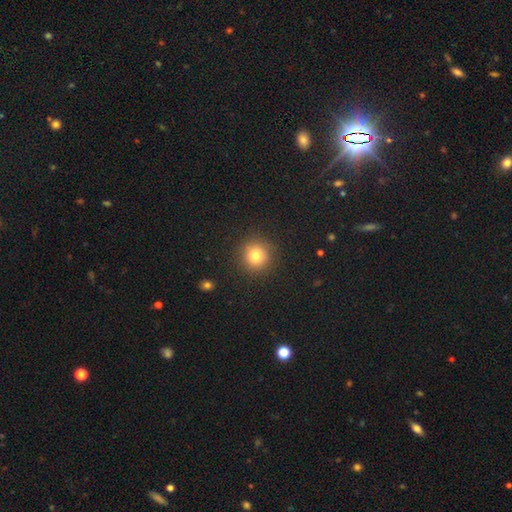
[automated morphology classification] A smooth galaxy with no disk features (79%) that is round (94%).

Vote fractions:
- Smooth or featured? smooth: 79% / star or artifact: 13% / featured or disk: 8%
- How rounded? round: 94% / in between: 5% / cigar-shaped: 1%
- Merging? none: 91% / minor disturbance: 6% / major disturbance: 2% / merger: 1%